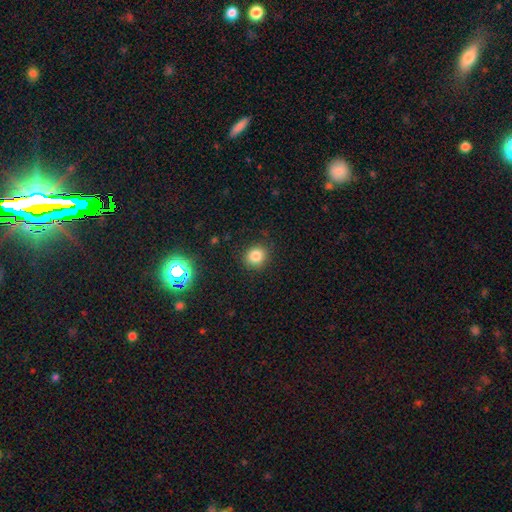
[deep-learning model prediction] This appears to be a smooth galaxy with no disk features (81%) that is round (83%). Merging: none (88%).